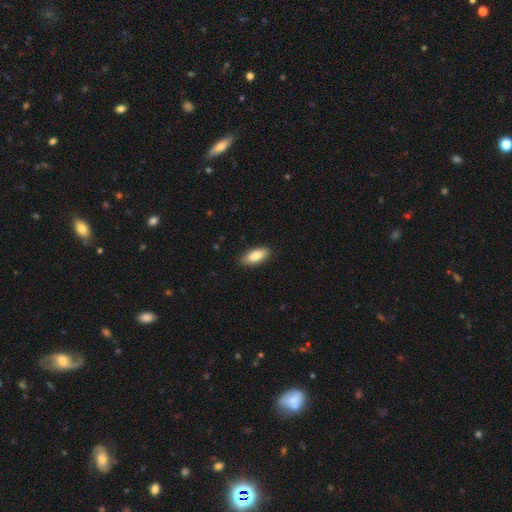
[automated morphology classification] type=smooth (85%); roundness=in between (84%); merging=none (88%).